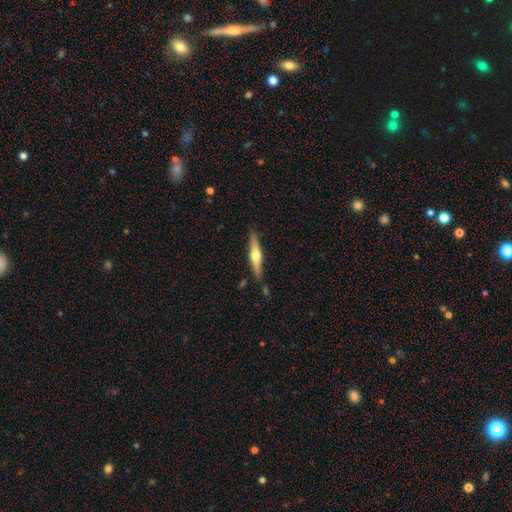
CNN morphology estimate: Q: Smooth or featured?
A: featured or disk (59%); runner-up: smooth (36%)
Q: Edge-on disk?
A: yes (96%); runner-up: no (4%)
Q: Edge-on bulge?
A: rounded (91%); runner-up: boxy (5%)
Q: Merging?
A: none (84%); runner-up: minor disturbance (11%)